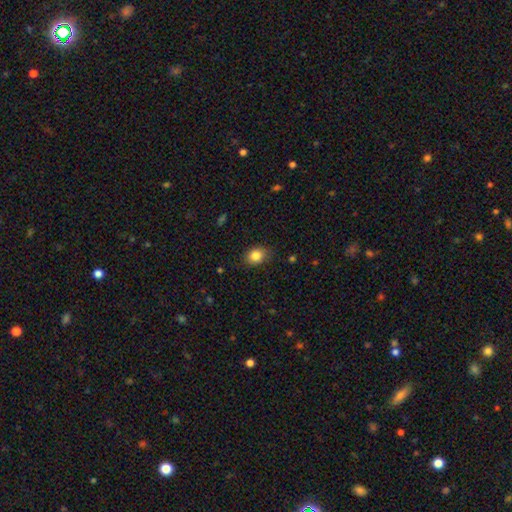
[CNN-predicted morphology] This is clearly a smooth galaxy (84%). How rounded: possibly in between (52%). Merging: clearly none (81%).